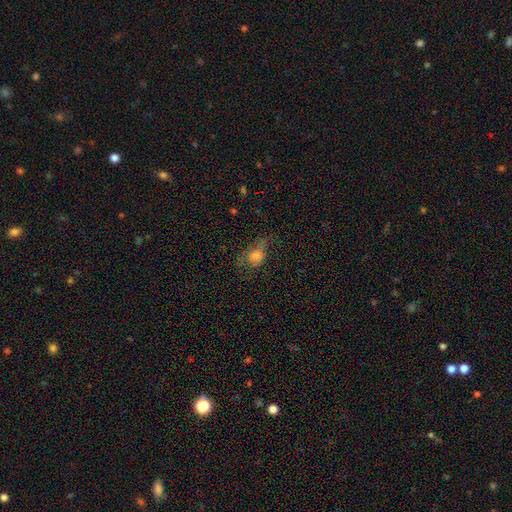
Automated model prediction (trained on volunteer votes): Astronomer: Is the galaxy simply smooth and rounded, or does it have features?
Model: smooth — 61%.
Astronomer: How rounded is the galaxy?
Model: in between — 56% (runner-up: round, 40%).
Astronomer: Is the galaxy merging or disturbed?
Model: none — 42% (runner-up: major disturbance, 29%).